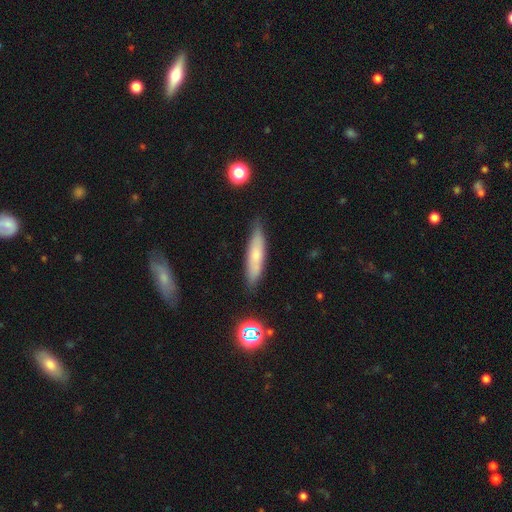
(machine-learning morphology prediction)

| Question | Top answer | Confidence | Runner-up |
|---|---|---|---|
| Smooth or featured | smooth | 65% | featured or disk (27%) |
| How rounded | cigar-shaped | 79% | in between (20%) |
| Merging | none | 82% | minor disturbance (13%) |